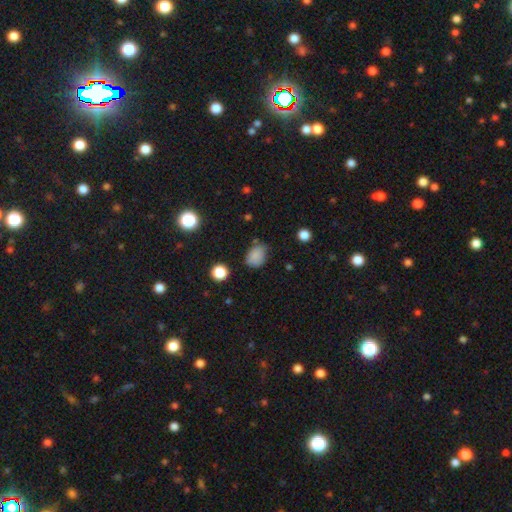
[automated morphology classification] Smooth or featured: smooth — 83% (star or artifact — 11%)
How rounded: in between — 70% (round — 29%)
Merging: none — 64% (minor disturbance — 27%)